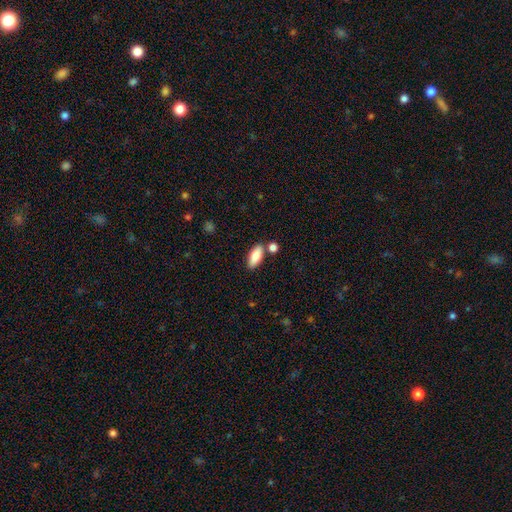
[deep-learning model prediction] Morphology: type=smooth (81%); roundness=in between (84%); merging=none (78%).